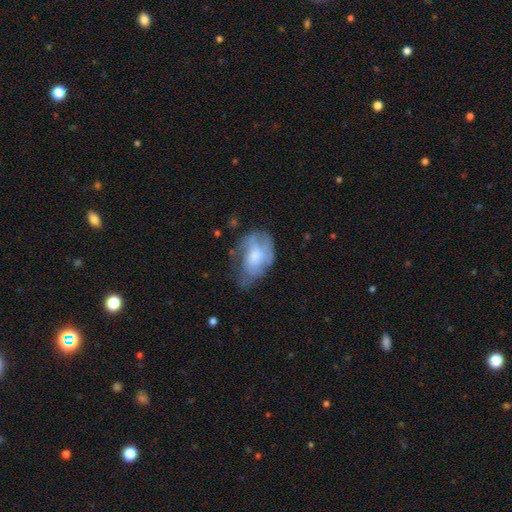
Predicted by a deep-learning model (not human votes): smooth_or_featured: smooth (p=0.47) [alt: featured or disk p=0.45]
merging: none (p=0.40) [alt: minor disturbance p=0.34]